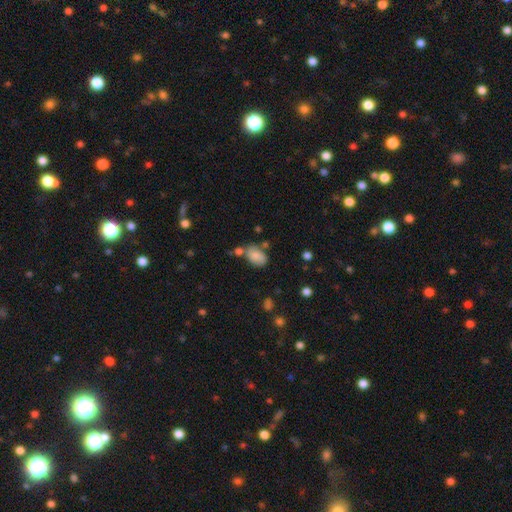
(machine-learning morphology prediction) smooth 78%, featured or disk 13%, star or artifact 9%. Down the decision tree: how rounded — in between (85%); merging — none (51%).